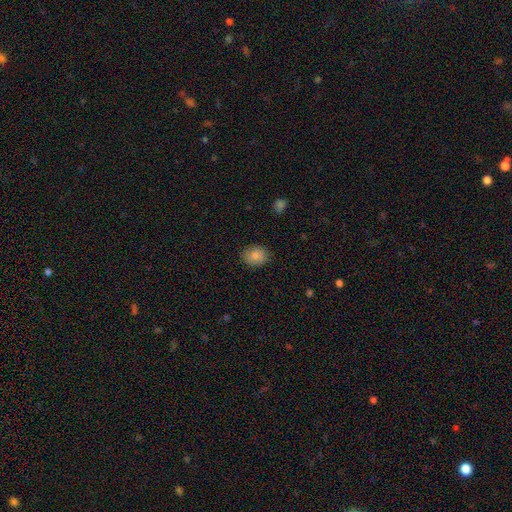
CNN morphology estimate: This is clearly a smooth galaxy (86%). How rounded: possibly round (53%). Merging: clearly none (85%).